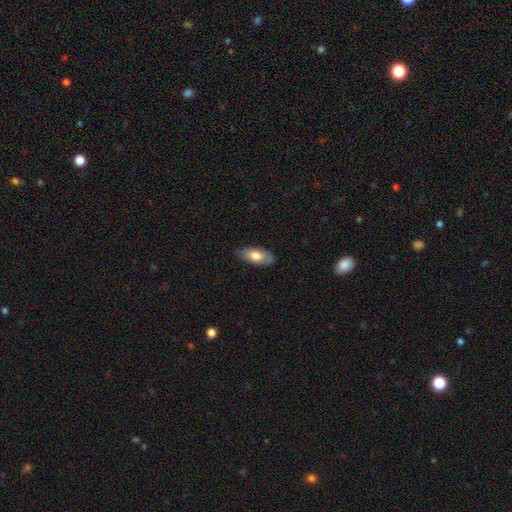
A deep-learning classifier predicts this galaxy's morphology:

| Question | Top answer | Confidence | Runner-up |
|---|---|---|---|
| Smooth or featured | smooth | 72% | featured or disk (22%) |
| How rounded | in between | 87% | cigar-shaped (10%) |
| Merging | none | 80% | minor disturbance (16%) |